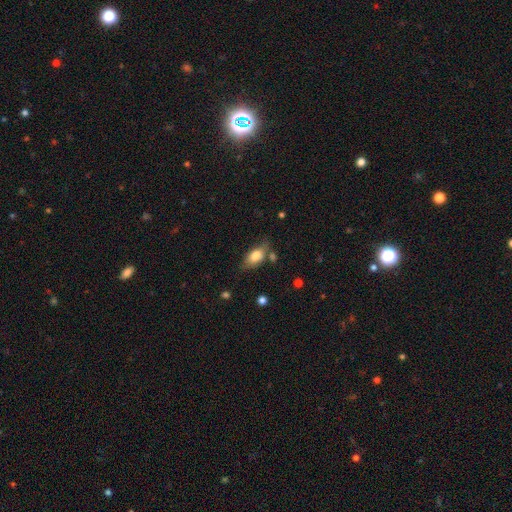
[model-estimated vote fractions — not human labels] Overall: smooth (75%). How rounded: in between (87%). Merging: none (59%; minor disturbance 24%).